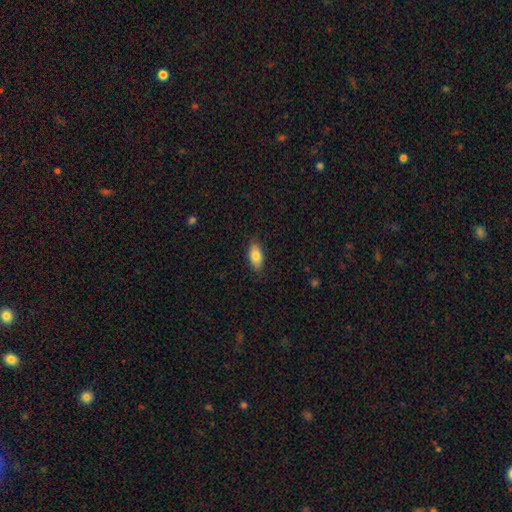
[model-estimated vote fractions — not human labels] A smooth galaxy with no disk features (80%) that is in between round and cigar-shaped (89%).

Vote fractions:
- Smooth or featured? smooth: 80% / featured or disk: 14% / star or artifact: 7%
- How rounded? in between: 89% / cigar-shaped: 7% / round: 4%
- Merging? none: 85% / minor disturbance: 12% / major disturbance: 2% / merger: 1%